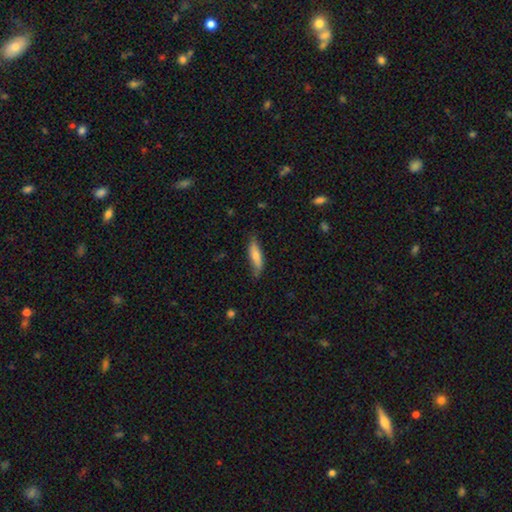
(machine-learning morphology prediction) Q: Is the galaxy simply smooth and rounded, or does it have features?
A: smooth — 70%.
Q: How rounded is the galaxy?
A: cigar-shaped — 59%.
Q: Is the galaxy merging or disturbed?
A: none — 67%.